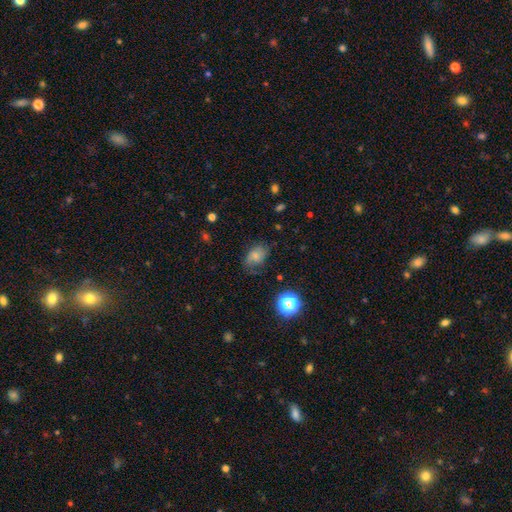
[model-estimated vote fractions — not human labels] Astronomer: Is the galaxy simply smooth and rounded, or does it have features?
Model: smooth — 60%.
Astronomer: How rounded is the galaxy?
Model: in between — 76%.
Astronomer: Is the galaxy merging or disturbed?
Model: none — 58%.